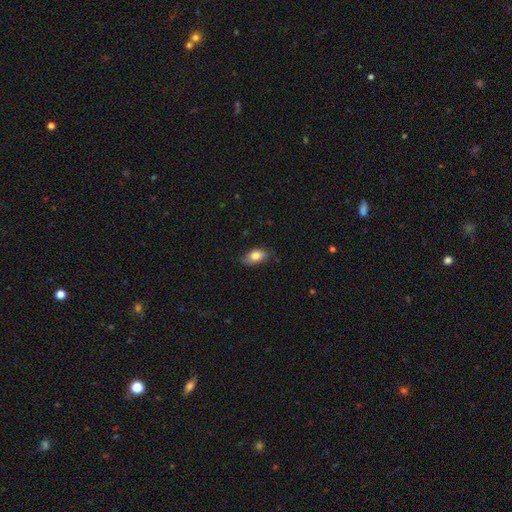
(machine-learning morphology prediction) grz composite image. It shows a smooth galaxy with no disk features (80%) that is in between round and cigar-shaped (92%). Merging: none (78%).